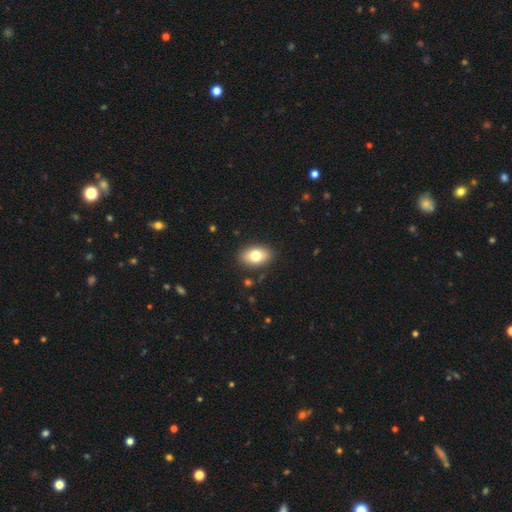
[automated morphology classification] Smooth or featured?
  - smooth: 76% *
  - featured or disk: 16%
  - star or artifact: 8%
How rounded?
  - in between: 88% *
  - round: 11%
  - cigar-shaped: 2%
Merging?
  - none: 87% *
  - minor disturbance: 9%
  - major disturbance: 2%
  - merger: 2%